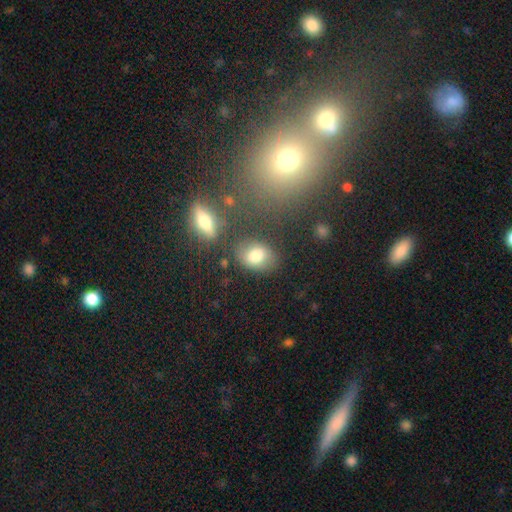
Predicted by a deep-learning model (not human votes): Smooth or featured? Predicted: smooth (p=0.74). How rounded? Predicted: in between (p=0.71). Merging? Predicted: none (p=0.69).